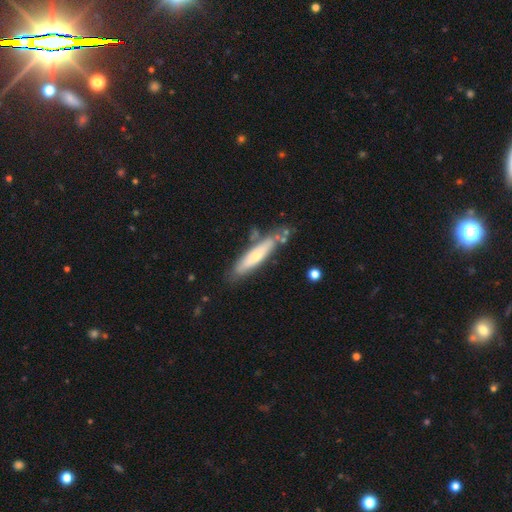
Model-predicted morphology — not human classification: A smooth galaxy with no disk features (51%) that is cigar-shaped (82%). Merging: none (69%).